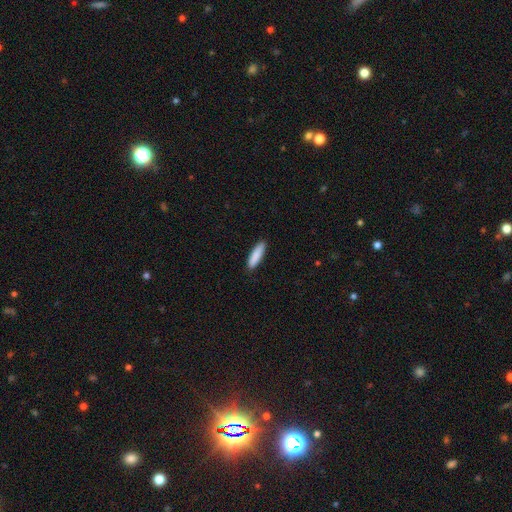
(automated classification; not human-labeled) Q: Smooth or featured?
A: smooth (89%); runner-up: featured or disk (6%)
Q: How rounded?
A: cigar-shaped (69%); runner-up: in between (30%)
Q: Merging?
A: none (89%); runner-up: minor disturbance (8%)